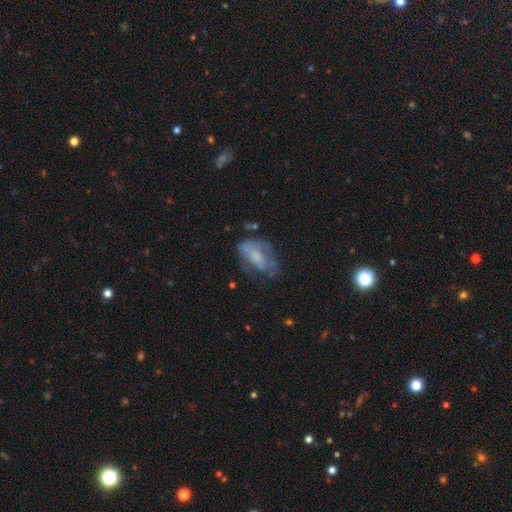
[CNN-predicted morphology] Overall: featured or disk (47%; smooth 43%). Merging: none (46%; minor disturbance 27%).